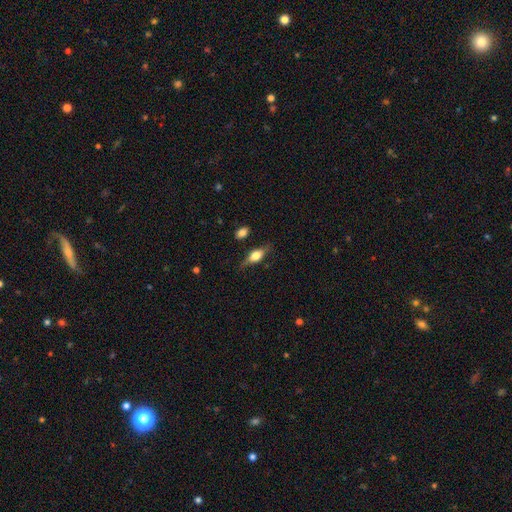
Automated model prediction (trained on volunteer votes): This appears to be a smooth galaxy with no disk features (58%) that is in between round and cigar-shaped (71%). Merging: none (70%).